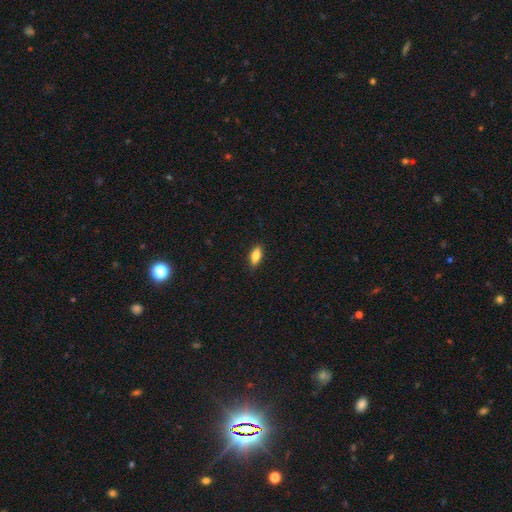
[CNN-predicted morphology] smooth 82%, featured or disk 11%, star or artifact 7%. Down the decision tree: how rounded — in between (78%); merging — none (88%).